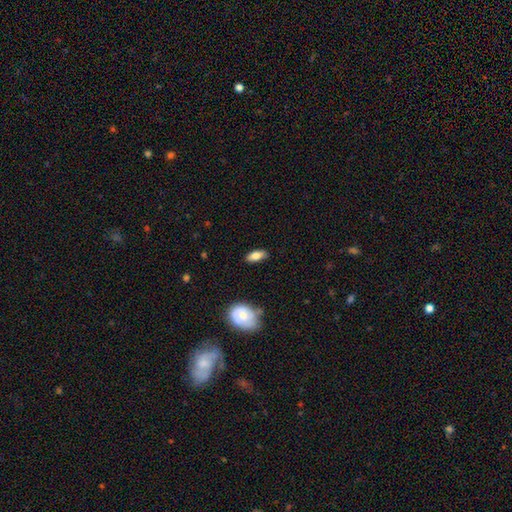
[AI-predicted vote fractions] Overall: smooth (77%). How rounded: in between (80%). Merging: none (83%).